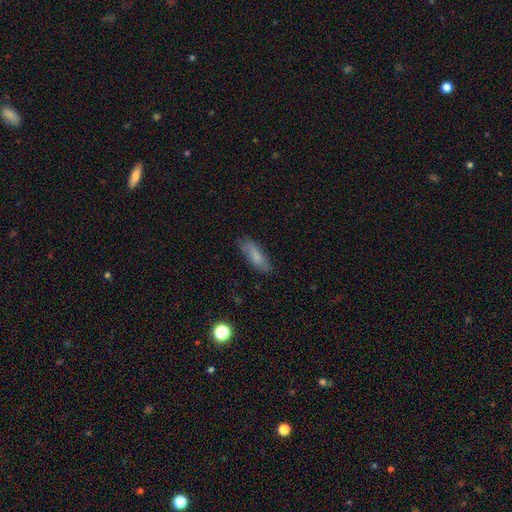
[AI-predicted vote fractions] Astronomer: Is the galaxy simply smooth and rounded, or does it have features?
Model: smooth — 77%.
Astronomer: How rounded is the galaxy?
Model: in between — 61% (runner-up: cigar-shaped, 37%).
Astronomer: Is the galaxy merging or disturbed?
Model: none — 78%.